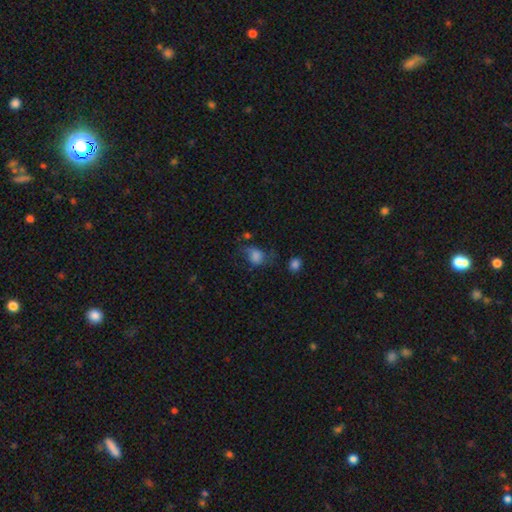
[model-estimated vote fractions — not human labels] This appears to be a smooth galaxy with no disk features (68%) that is in between round and cigar-shaped (53%). Merging: none (39%).